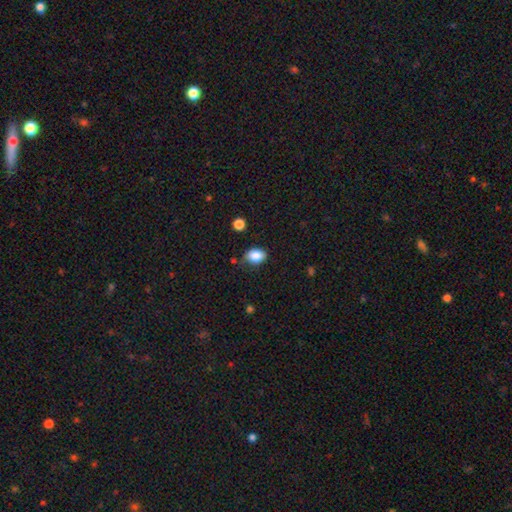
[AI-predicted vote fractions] The model was most divided on "merging": none: 74%, minor disturbance: 19%, major disturbance: 4%, merger: 3%. More confident: smooth or featured — smooth (86%); how rounded — in between (78%).